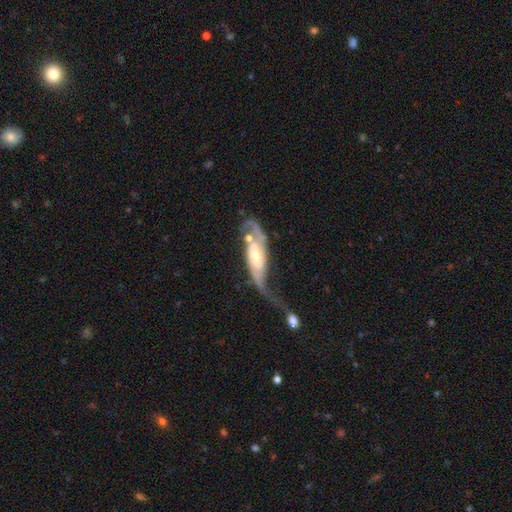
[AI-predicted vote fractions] This is likely a featured or disk galaxy (71%). It is clearly not viewed edge-on (83%). Bar: marginally no (44%). Spiral arm pattern: clearly yes (83%). Central bulge: possibly moderate (49%). Merging: marginally major disturbance (37%).